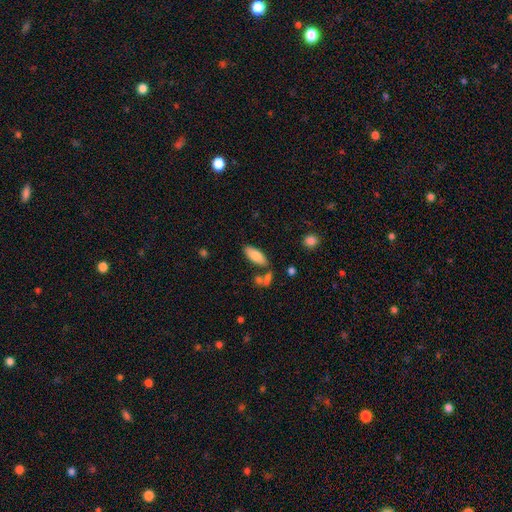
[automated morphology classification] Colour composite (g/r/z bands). It shows a smooth galaxy with no disk features (82%) that is in between round and cigar-shaped (80%). Merging: none (72%).